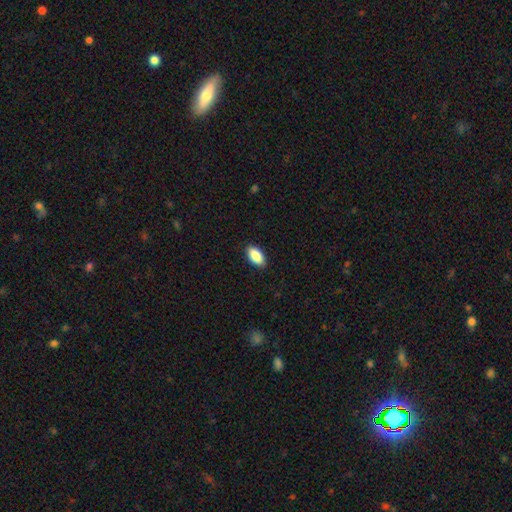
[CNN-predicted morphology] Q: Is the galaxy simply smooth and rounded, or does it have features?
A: smooth — 89%.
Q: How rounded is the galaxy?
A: in between — 93%.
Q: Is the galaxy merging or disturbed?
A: none — 89%.